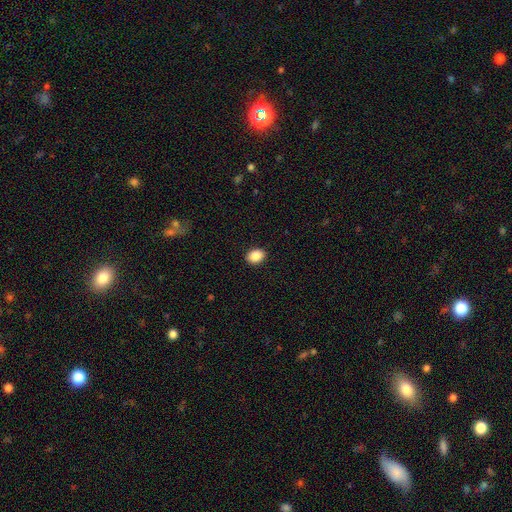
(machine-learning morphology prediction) This appears to be a smooth galaxy with no disk features (88%) that is in between round and cigar-shaped (67%). Merging: none (91%).